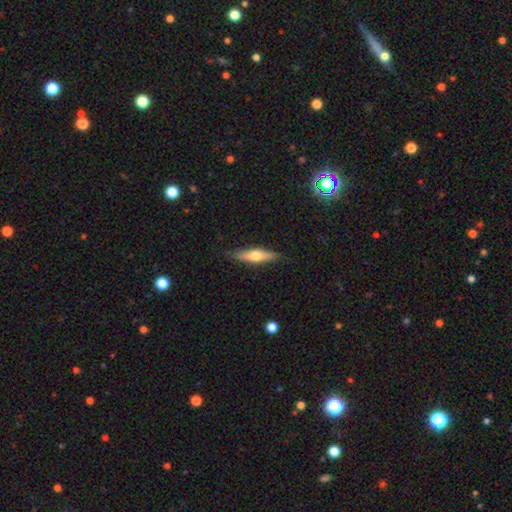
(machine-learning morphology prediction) featured or disk 53%, smooth 42%, star or artifact 6%. Down the decision tree: edge-on disk — yes (94%); merging — none (86%).